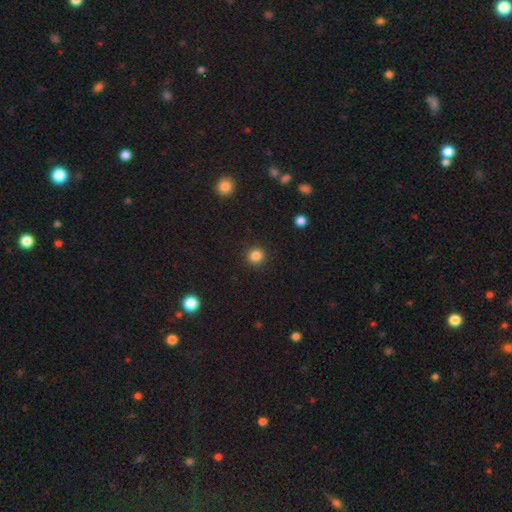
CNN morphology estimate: A smooth galaxy with no disk features (84%) that is round (91%).

Vote fractions:
- Smooth or featured? smooth: 84% / star or artifact: 12% / featured or disk: 4%
- How rounded? round: 91% / in between: 8% / cigar-shaped: 1%
- Merging? none: 91% / minor disturbance: 5% / major disturbance: 2% / merger: 1%